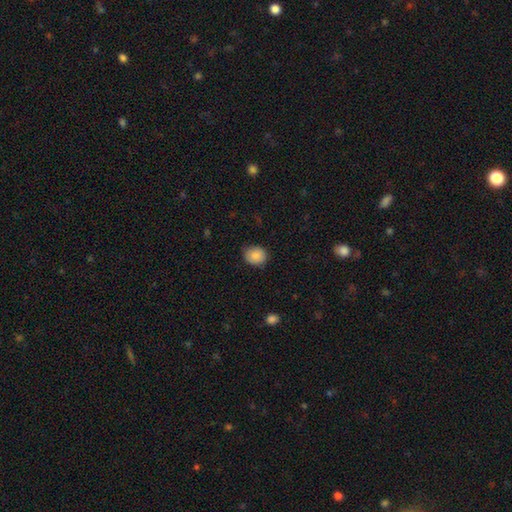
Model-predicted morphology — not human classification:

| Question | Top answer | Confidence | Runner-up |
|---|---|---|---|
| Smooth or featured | smooth | 86% | star or artifact (8%) |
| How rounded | round | 67% | in between (32%) |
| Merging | none | 81% | minor disturbance (15%) |